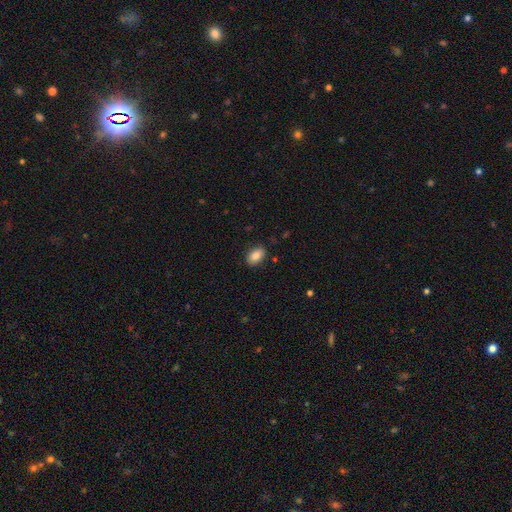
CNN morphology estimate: Smooth or featured? smooth (85%)
How rounded? in between (89%)
Merging? none (87%)